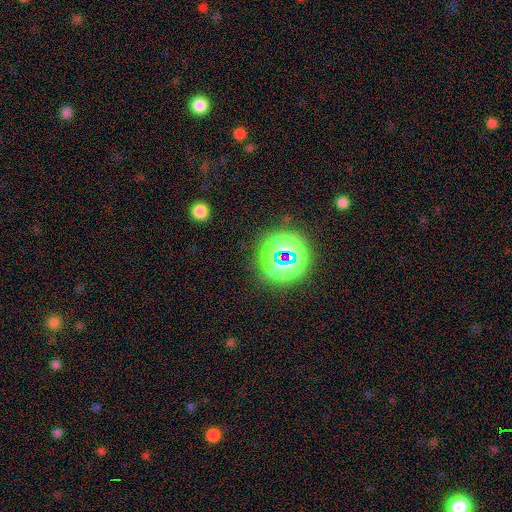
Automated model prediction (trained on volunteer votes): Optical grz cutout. It shows a star or artifact, not a galaxy (67%).